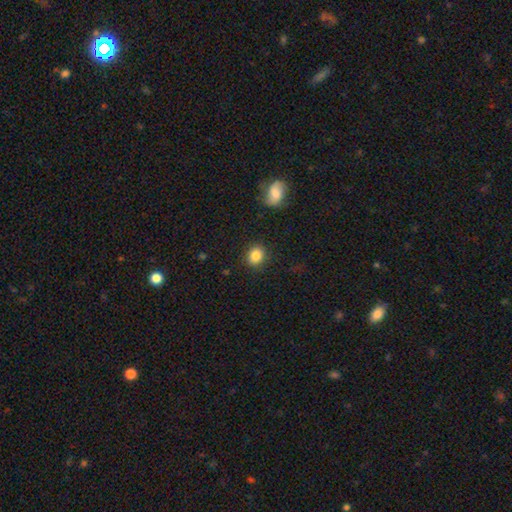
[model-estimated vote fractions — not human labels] Morphology: type=smooth (85%); roundness=round (68%); merging=none (89%).